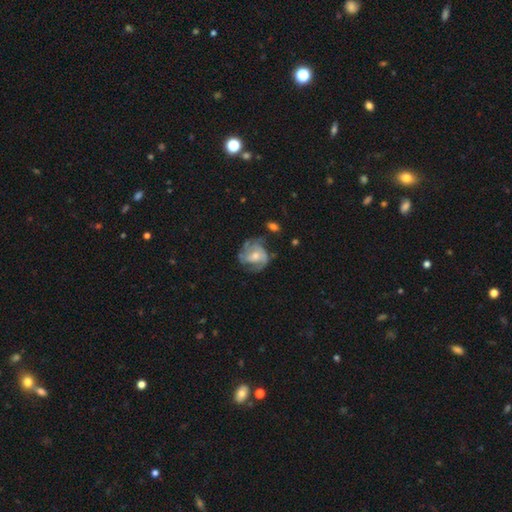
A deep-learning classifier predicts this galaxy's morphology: smooth_or_featured: featured or disk (p=0.78) [alt: smooth p=0.16]
disk_edge_on: no (p=0.98) [alt: yes p=0.02]
bar: no (p=0.60) [alt: weak p=0.33]
has_spiral_arms: yes (p=0.90) [alt: no p=0.10]
spiral_winding: medium (p=0.43) [alt: tight p=0.41]
spiral_arm_count: 2 (p=0.33) [alt: 3 p=0.29]
bulge_size: moderate (p=0.55) [alt: small p=0.34]
merging: none (p=0.57) [alt: minor disturbance p=0.23]